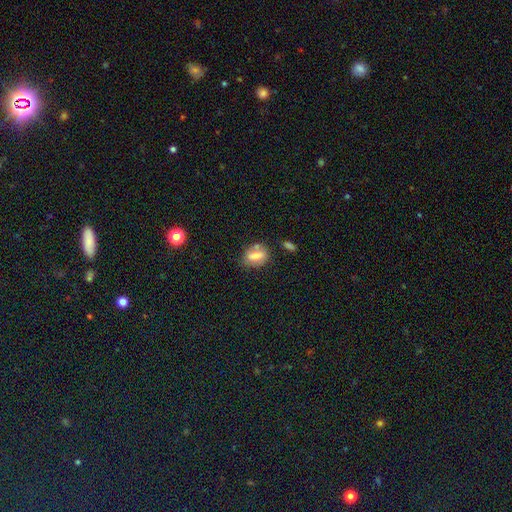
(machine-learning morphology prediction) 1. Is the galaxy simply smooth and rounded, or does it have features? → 67% smooth, 23% featured or disk, 10% star or artifact.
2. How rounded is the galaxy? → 67% in between, 25% round, 8% cigar-shaped.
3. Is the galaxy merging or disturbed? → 65% none, 20% minor disturbance, 10% merger, 6% major disturbance.